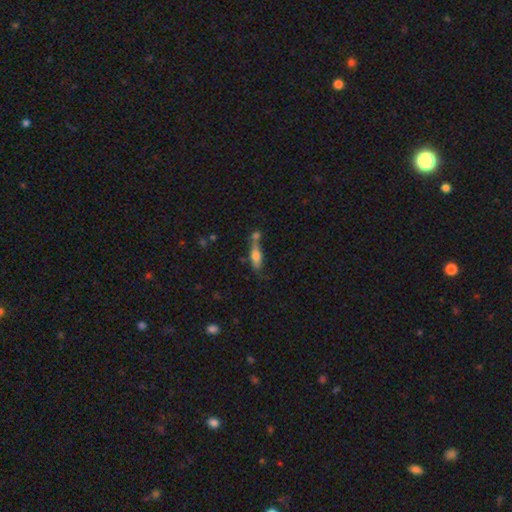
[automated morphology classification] smooth-or-featured: smooth: 67% | featured or disk: 24% | star or artifact: 9%
  how-rounded: in between: 49% | cigar-shaped: 47% | round: 4%
  merging: merger: 40% | none: 36% | minor disturbance: 16% | major disturbance: 9%